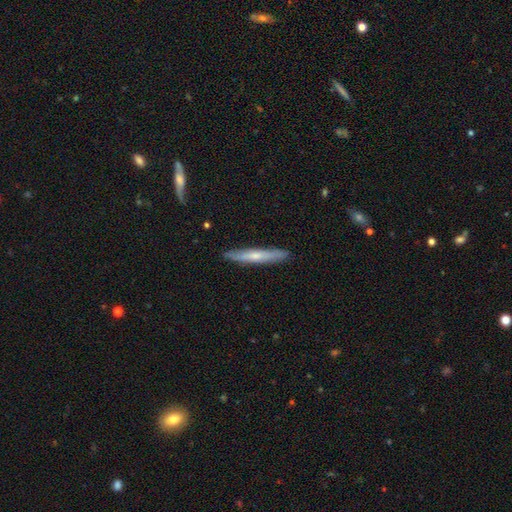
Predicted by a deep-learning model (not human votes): smooth-or-featured: smooth: 49% | featured or disk: 45% | star or artifact: 6%
  merging: none: 90% | minor disturbance: 8% | major disturbance: 1% | merger: 1%